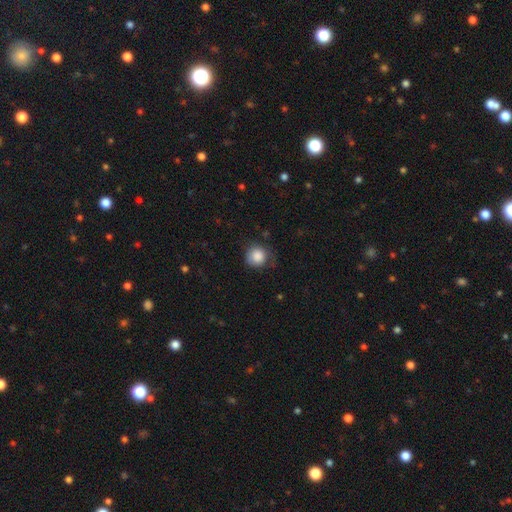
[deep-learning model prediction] smooth-or-featured: smooth: 87% | star or artifact: 8% | featured or disk: 5%
  how-rounded: round: 91% | in between: 8% | cigar-shaped: 1%
  merging: none: 72% | minor disturbance: 21% | major disturbance: 6% | merger: 1%